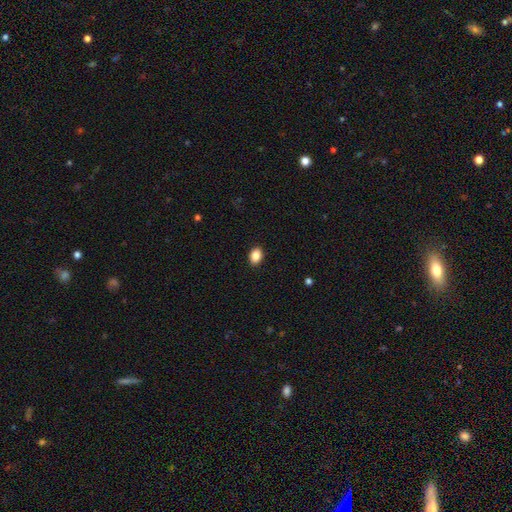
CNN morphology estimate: smooth 87%, star or artifact 8%, featured or disk 4%. Down the decision tree: how rounded — in between (79%); merging — none (90%).